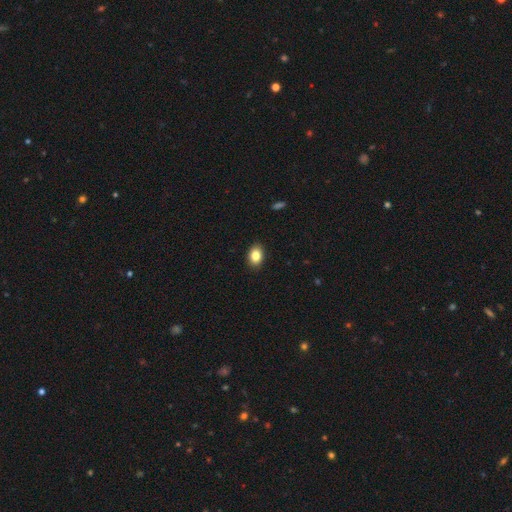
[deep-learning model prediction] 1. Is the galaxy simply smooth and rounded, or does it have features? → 84% smooth, 9% star or artifact, 7% featured or disk.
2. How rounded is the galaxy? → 75% in between, 24% round, 1% cigar-shaped.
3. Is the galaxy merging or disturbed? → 90% none, 8% minor disturbance, 2% major disturbance, 1% merger.